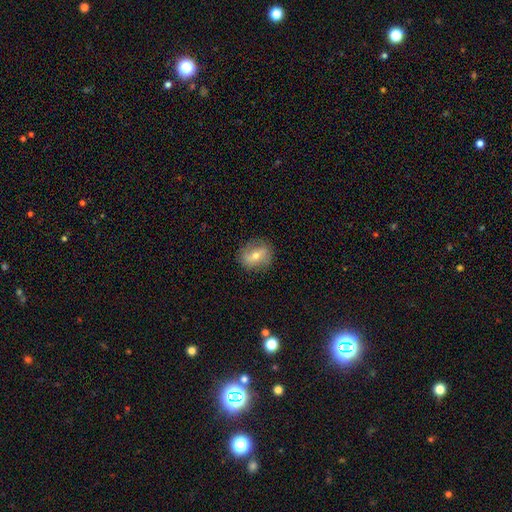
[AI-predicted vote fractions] Overall: featured or disk (49%; smooth 42%). Merging: none (82%).